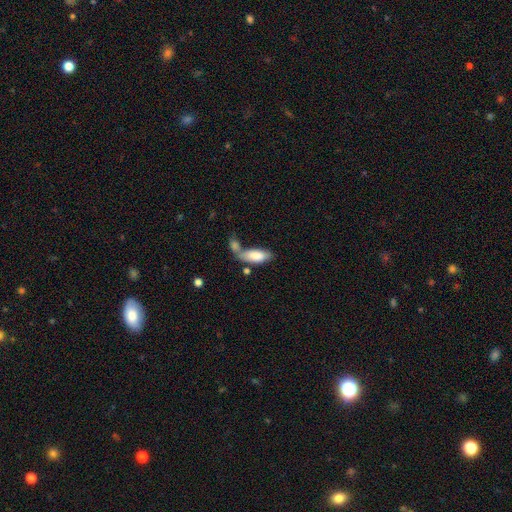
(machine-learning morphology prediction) The model was most divided on "merging": merger: 42%, none: 36%, minor disturbance: 15%, major disturbance: 7%. More confident: smooth or featured — smooth (80%); how rounded — in between (80%).